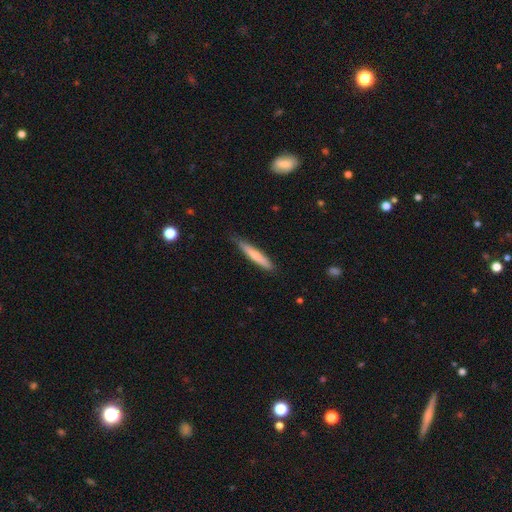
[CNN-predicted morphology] smooth_or_featured: smooth (p=0.70) [alt: featured or disk p=0.25]
how_rounded: cigar-shaped (p=0.92) [alt: in between p=0.07]
merging: none (p=0.78) [alt: minor disturbance p=0.19]